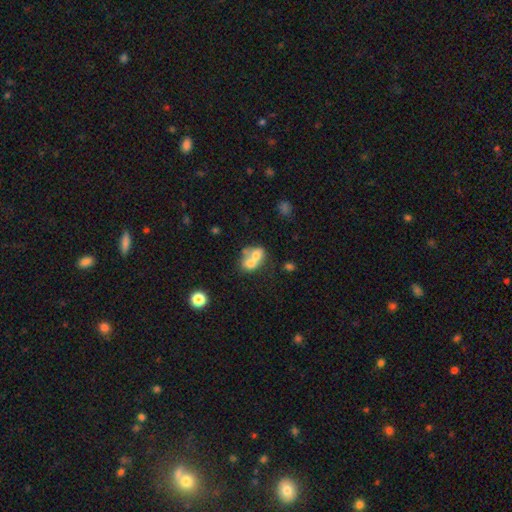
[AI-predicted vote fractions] smooth 63%, featured or disk 27%, star or artifact 10%. Down the decision tree: how rounded — in between (56%); merging — merger (72%).